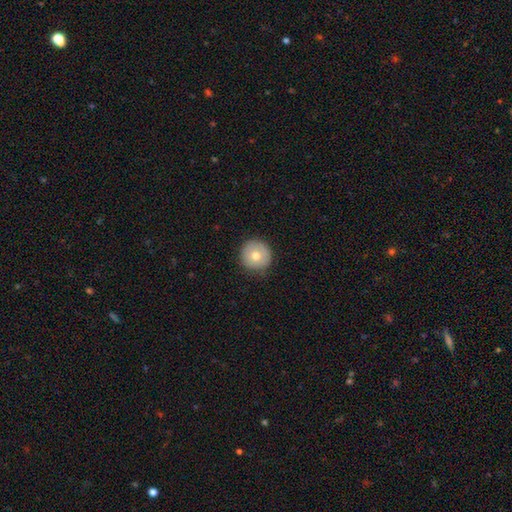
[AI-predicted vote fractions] smooth 72%, featured or disk 20%, star or artifact 8%. Down the decision tree: how rounded — round (96%); merging — none (89%).